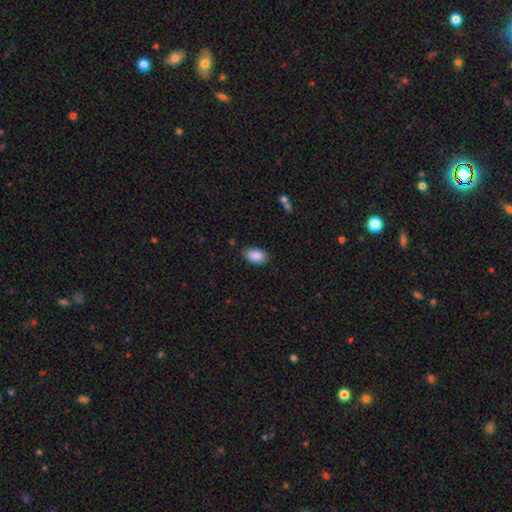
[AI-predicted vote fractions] Smooth or featured? smooth (88%)
How rounded? in between (93%)
Merging? none (84%)